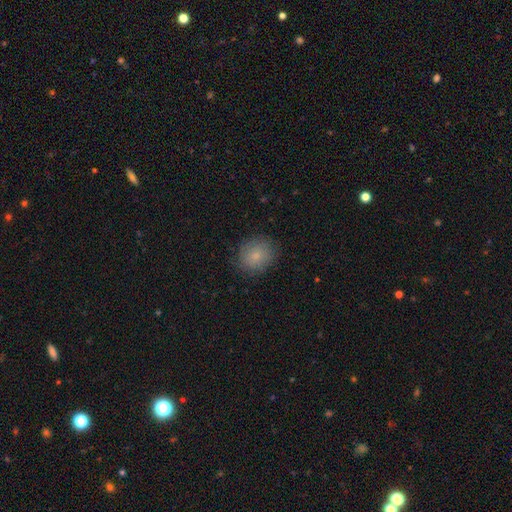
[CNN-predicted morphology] Overall: smooth (82%). How rounded: round (75%). Merging: none (82%).